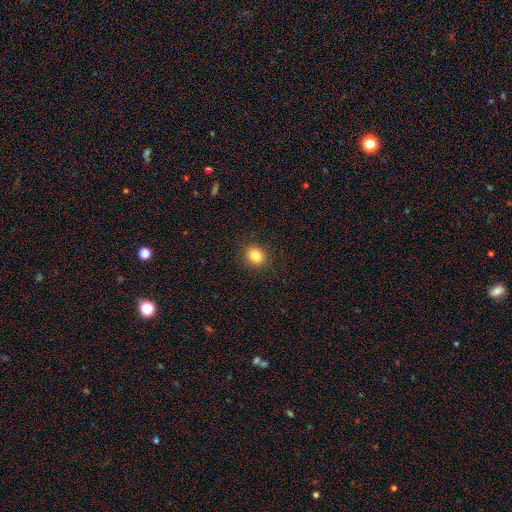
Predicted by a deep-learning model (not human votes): Smooth or featured? Predicted: smooth (p=0.83). How rounded? Predicted: round (p=0.71). Merging? Predicted: none (p=0.90).